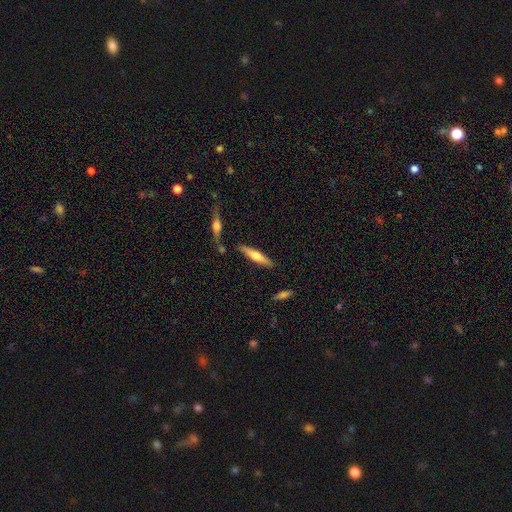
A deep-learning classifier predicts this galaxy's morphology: This appears to be a featured or disk galaxy (49%). Merging: none (83%).